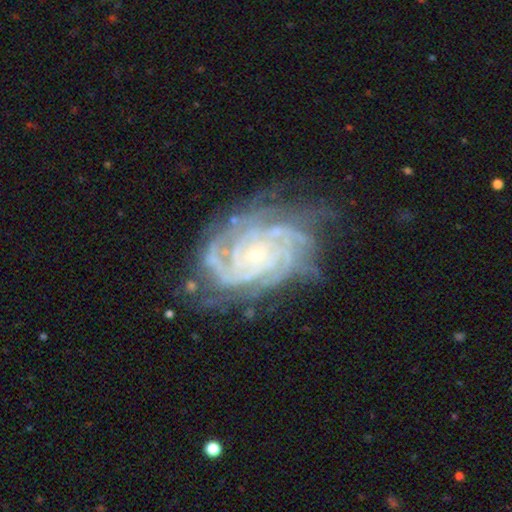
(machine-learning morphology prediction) type=featured or disk (91%); edge-on=no (97%); bar=no (74%); spiral arms=yes (98%); winding=tight (79%); arm count=4 (28%); bulge=small (82%); merging=none (67%).